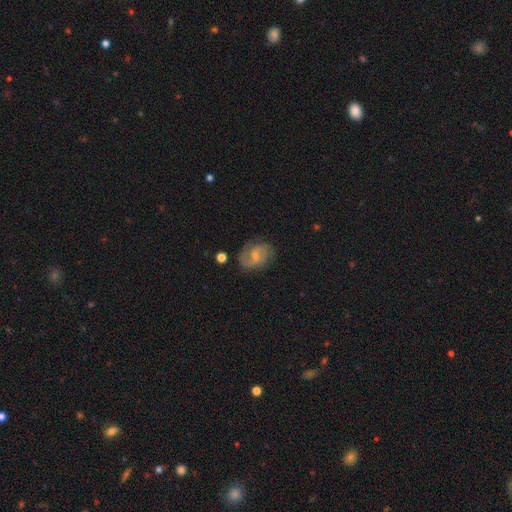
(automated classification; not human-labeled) Smooth or featured: featured or disk — 75% (smooth — 18%)
Edge-on disk: no — 97% (yes — 3%)
Bar: weak — 57% (no — 32%)
Spiral arms: yes — 94% (no — 6%)
Spiral winding: medium — 51% (loose — 28%)
Spiral arm count: 2 — 83% (can't tell — 8%)
Bulge size: small — 53% (moderate — 32%)
Merging: none — 73% (minor disturbance — 18%)